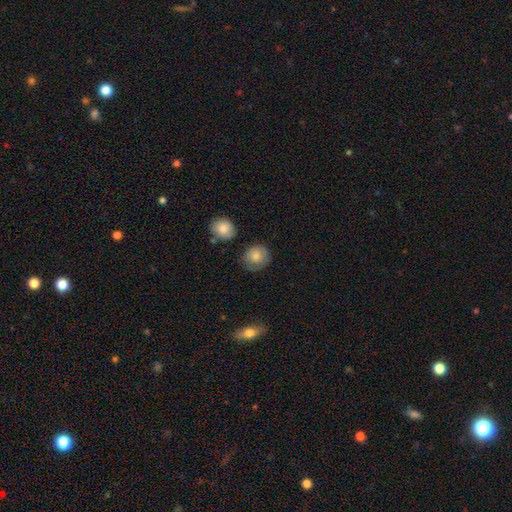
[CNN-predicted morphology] smooth_or_featured: smooth (p=0.82) [alt: featured or disk p=0.10]
how_rounded: round (p=0.84) [alt: in between p=0.15]
merging: none (p=0.71) [alt: minor disturbance p=0.20]